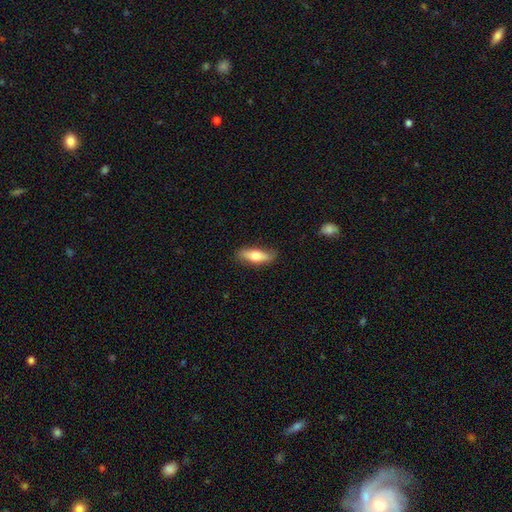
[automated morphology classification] Smooth or featured?
  - smooth: 66% *
  - featured or disk: 28%
  - star or artifact: 6%
How rounded?
  - in between: 52% *
  - cigar-shaped: 45%
  - round: 3%
Merging?
  - none: 83% *
  - minor disturbance: 14%
  - major disturbance: 3%
  - merger: 1%